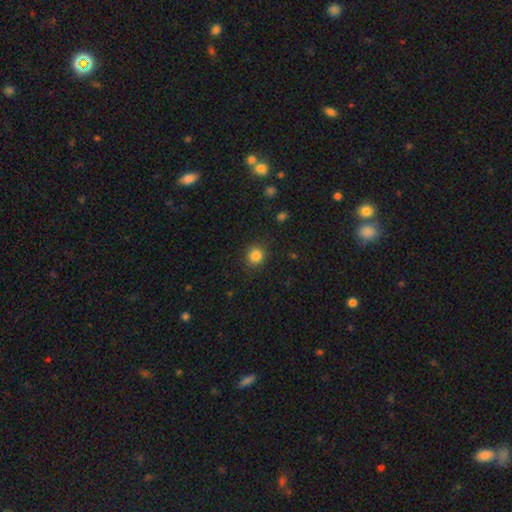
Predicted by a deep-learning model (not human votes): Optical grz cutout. It shows a smooth galaxy with no disk features (85%) that is round (89%). Merging: none (89%).